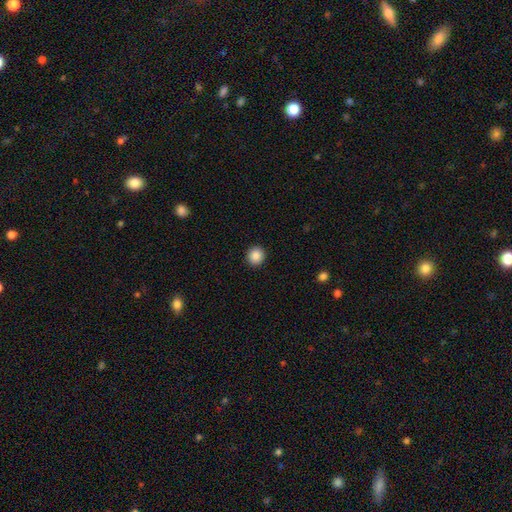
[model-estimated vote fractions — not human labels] This is clearly a smooth galaxy (87%). How rounded: clearly round (91%). Merging: clearly none (93%).